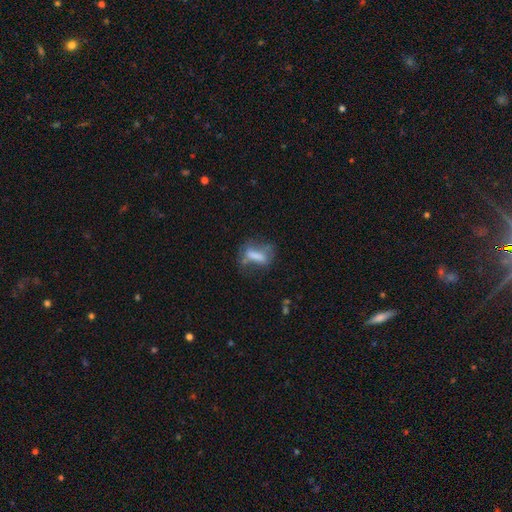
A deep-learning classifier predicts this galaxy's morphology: smooth 57%, featured or disk 32%, star or artifact 11%. Down the decision tree: how rounded — in between (58%); merging — none (41%).